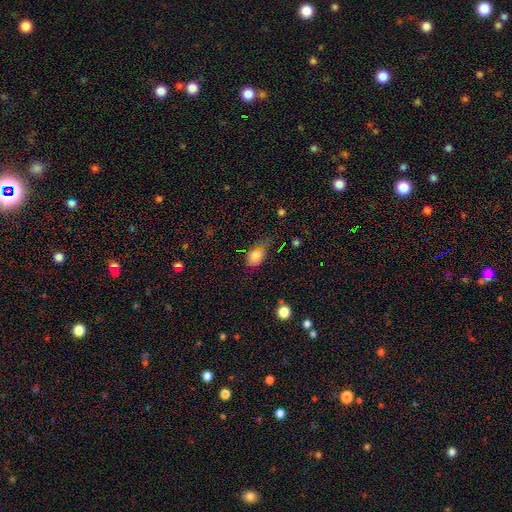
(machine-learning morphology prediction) smooth_or_featured: smooth (p=0.82) [alt: star or artifact p=0.11]
how_rounded: in between (p=0.75) [alt: round p=0.23]
merging: none (p=0.56) [alt: minor disturbance p=0.30]